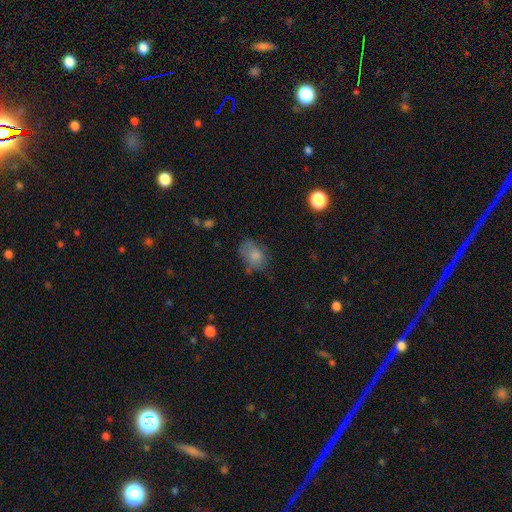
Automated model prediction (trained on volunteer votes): smooth 75%, featured or disk 14%, star or artifact 11%. Down the decision tree: how rounded — in between (68%); merging — none (58%).